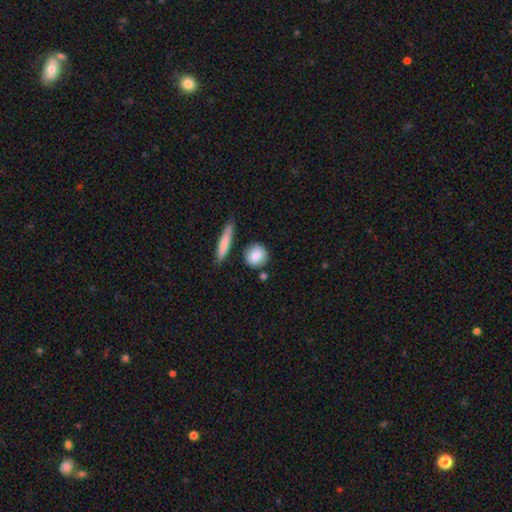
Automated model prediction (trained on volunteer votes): A smooth galaxy with no disk features (80%) that is round (85%). Merging: none (80%).